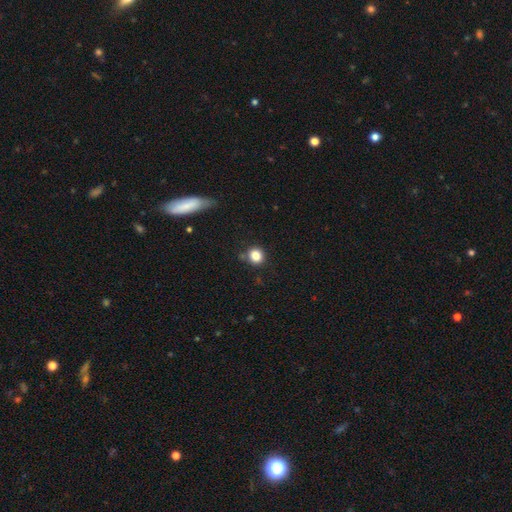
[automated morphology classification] smooth_or_featured: smooth (p=0.83) [alt: star or artifact p=0.11]
how_rounded: round (p=0.81) [alt: in between p=0.18]
merging: none (p=0.80) [alt: minor disturbance p=0.12]